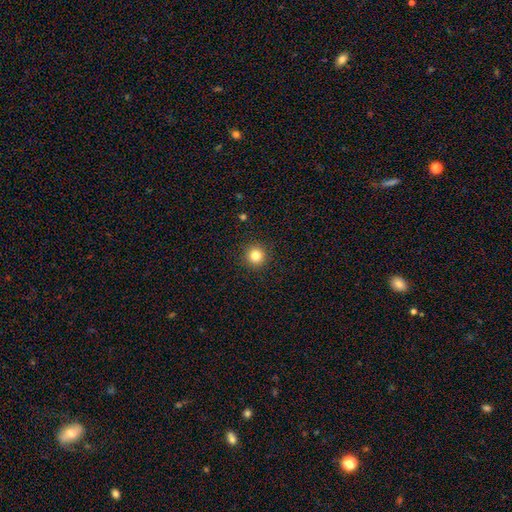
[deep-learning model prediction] Smooth or featured: smooth — 83% (star or artifact — 12%)
How rounded: round — 95% (in between — 4%)
Merging: none — 93% (minor disturbance — 5%)